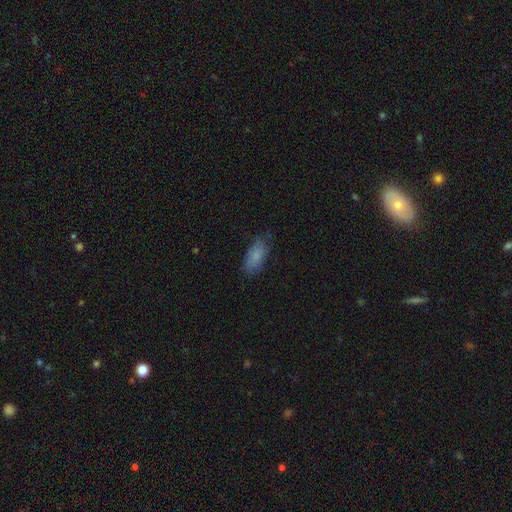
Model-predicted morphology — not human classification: Q: Smooth or featured?
A: smooth (80%); runner-up: featured or disk (12%)
Q: How rounded?
A: in between (85%); runner-up: cigar-shaped (13%)
Q: Merging?
A: none (70%); runner-up: minor disturbance (23%)